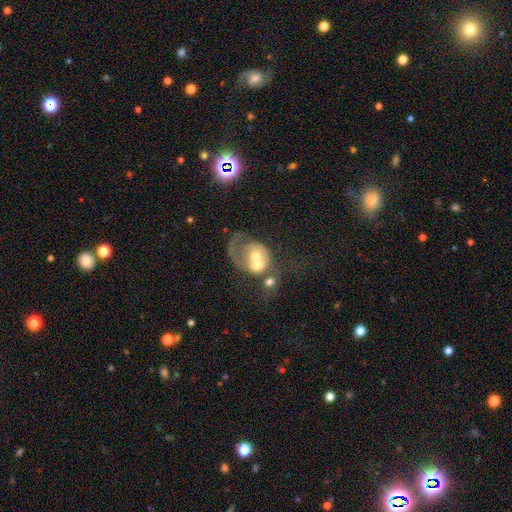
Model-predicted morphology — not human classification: Smooth or featured: featured or disk — 50% (smooth — 41%)
Edge-on disk: no — 97% (yes — 3%)
Merging: merger — 68% (major disturbance — 16%)